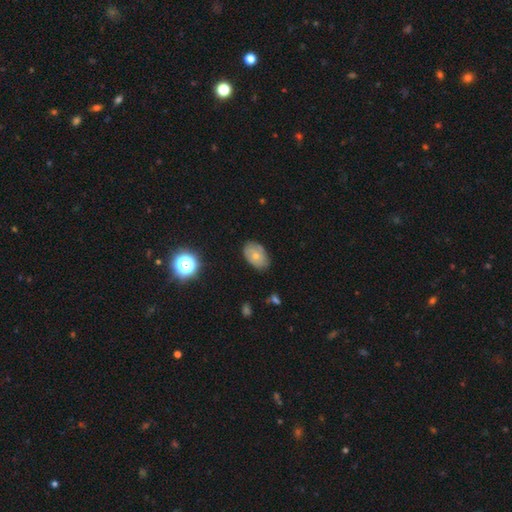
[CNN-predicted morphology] smooth-or-featured: smooth: 50% | featured or disk: 40% | star or artifact: 10%
  how-rounded: in between: 85% | round: 14% | cigar-shaped: 1%
  merging: none: 74% | minor disturbance: 21% | major disturbance: 4% | merger: 1%